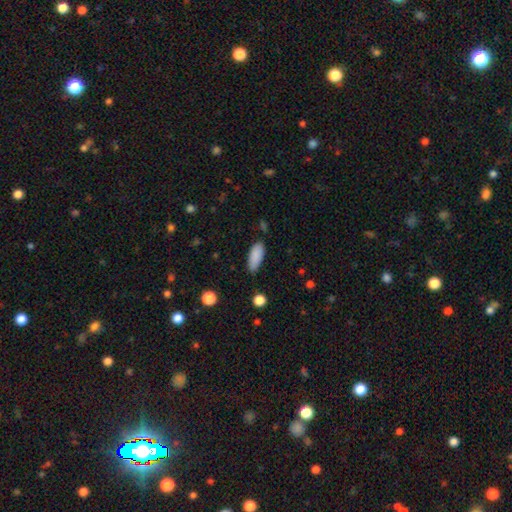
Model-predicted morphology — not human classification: Smooth or featured? Predicted: smooth (p=0.88). How rounded? Predicted: in between (p=0.80). Merging? Predicted: none (p=0.76).